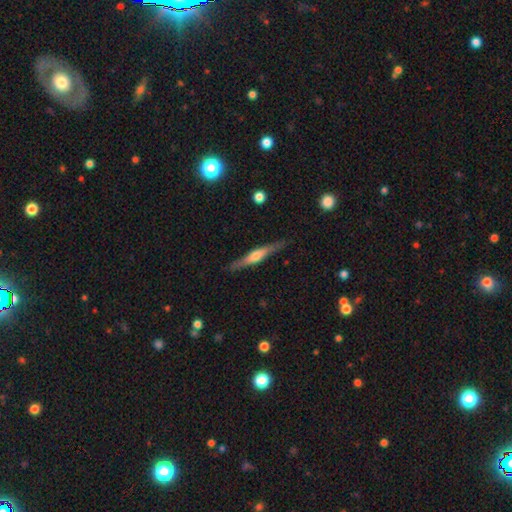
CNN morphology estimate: Smooth or featured?
  - featured or disk: 64% *
  - smooth: 30%
  - star or artifact: 6%
Edge-on disk?
  - yes: 96% *
  - no: 4%
Edge-on bulge?
  - rounded: 77% *
  - boxy: 13%
  - none: 10%
Merging?
  - none: 86% *
  - minor disturbance: 10%
  - major disturbance: 2%
  - merger: 1%